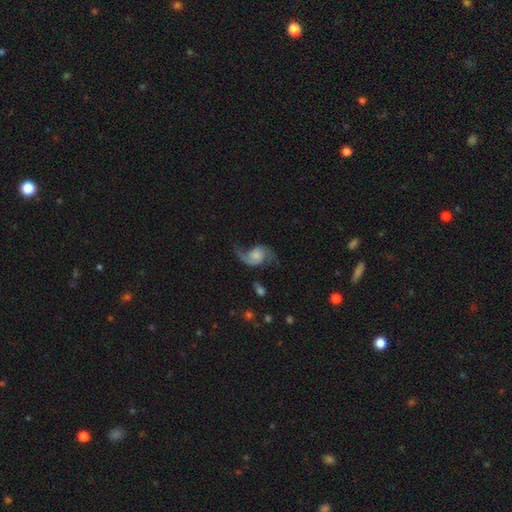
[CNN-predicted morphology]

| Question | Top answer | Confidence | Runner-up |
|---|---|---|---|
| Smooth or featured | featured or disk | 82% | smooth (12%) |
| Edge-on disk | no | 98% | yes (2%) |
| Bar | no | 67% | weak (28%) |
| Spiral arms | yes | 96% | no (4%) |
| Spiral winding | loose | 70% | medium (25%) |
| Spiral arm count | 2 | 86% | 1 (9%) |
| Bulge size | small | 35% | moderate (27%) |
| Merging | none | 57% | minor disturbance (20%) |